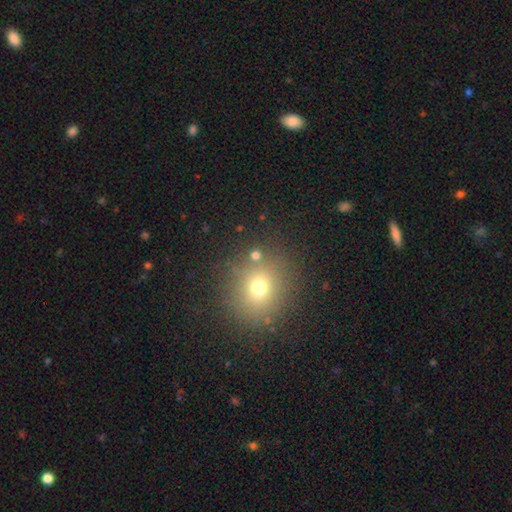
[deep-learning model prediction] Q: Smooth or featured?
A: smooth (67%); runner-up: star or artifact (23%)
Q: How rounded?
A: round (83%); runner-up: in between (16%)
Q: Merging?
A: none (80%); runner-up: minor disturbance (8%)